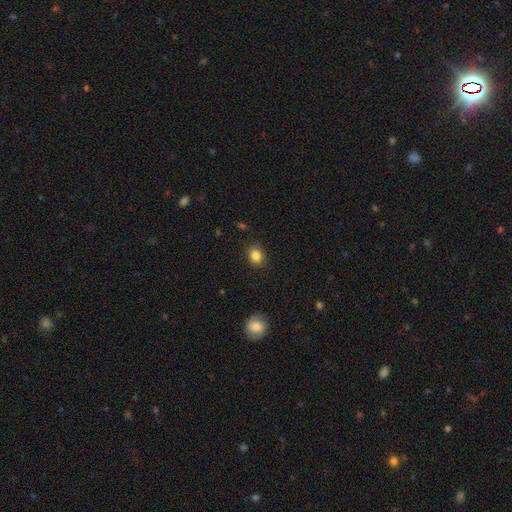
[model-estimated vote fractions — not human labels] This appears to be a smooth galaxy with no disk features (85%) that is round (60%). Merging: none (86%).